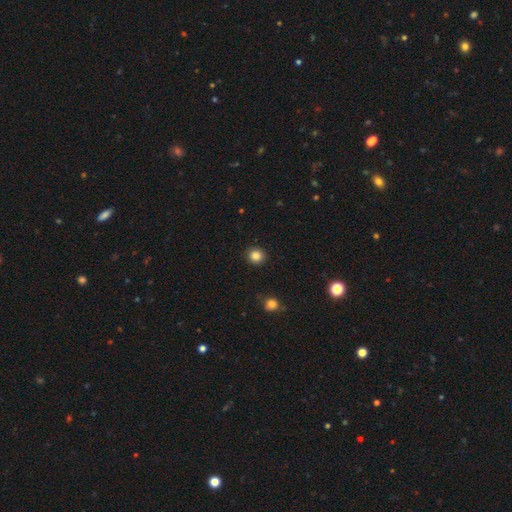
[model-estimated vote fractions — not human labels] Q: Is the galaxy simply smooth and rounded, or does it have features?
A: smooth — 84%.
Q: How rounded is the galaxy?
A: round — 91%.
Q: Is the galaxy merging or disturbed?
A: none — 92%.